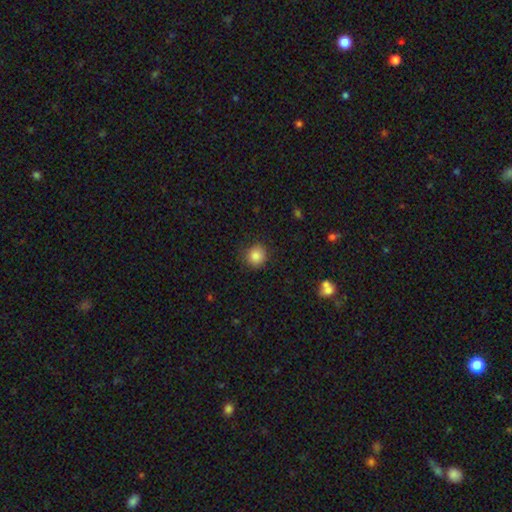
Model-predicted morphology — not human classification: This appears to be a smooth galaxy with no disk features (85%) that is round (89%). Merging: none (86%).